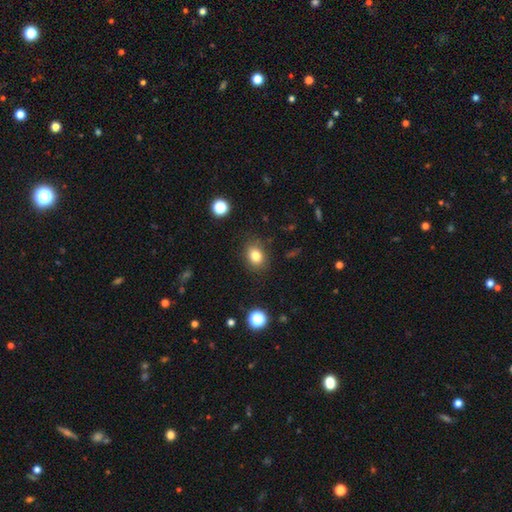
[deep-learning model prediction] This is clearly a smooth galaxy (81%). How rounded: possibly in between (59%). Merging: clearly none (85%).